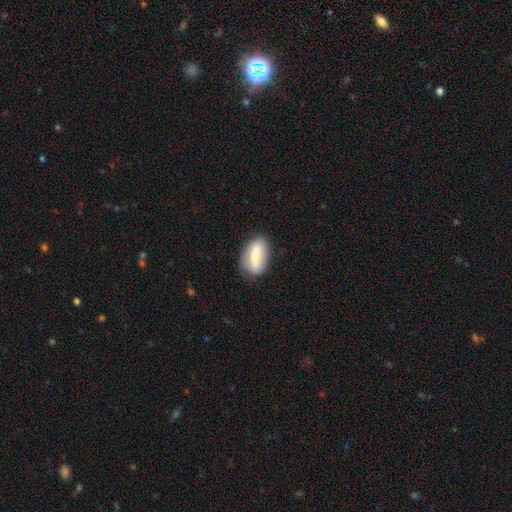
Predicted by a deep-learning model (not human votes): A smooth galaxy with no disk features (66%) that is in between round and cigar-shaped (84%). Merging: none (76%).